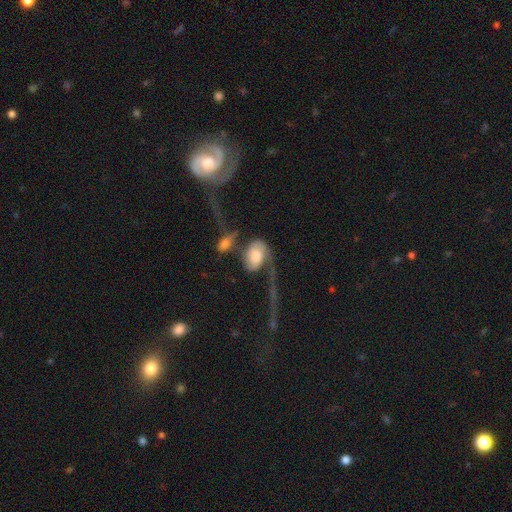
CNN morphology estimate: type=featured or disk (54%); edge-on=no (95%); bar=no (70%); spiral arms=yes (79%); bulge=large (38%); merging=major disturbance (42%).